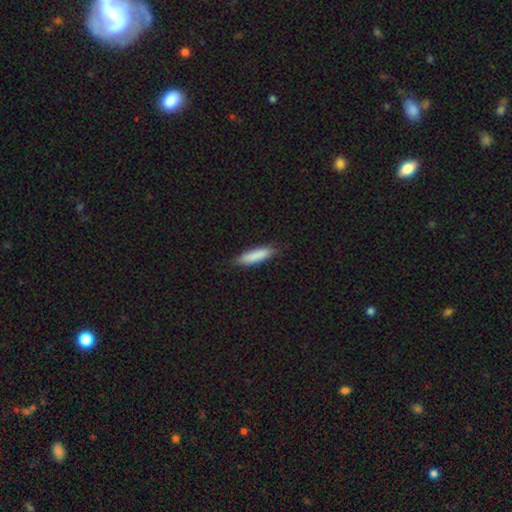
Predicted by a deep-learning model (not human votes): smooth-or-featured: smooth: 86% | featured or disk: 8% | star or artifact: 6%
  how-rounded: cigar-shaped: 72% | in between: 27% | round: 1%
  merging: none: 85% | minor disturbance: 12% | major disturbance: 2% | merger: 1%